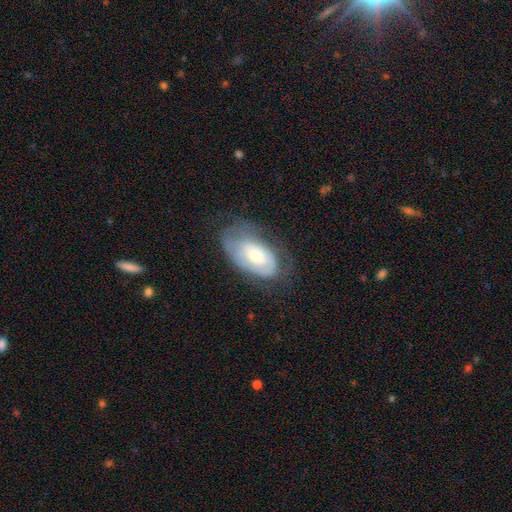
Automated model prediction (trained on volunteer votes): This is possibly a featured or disk galaxy (51%). It is clearly not viewed edge-on (92%). Merging: possibly none (48%).